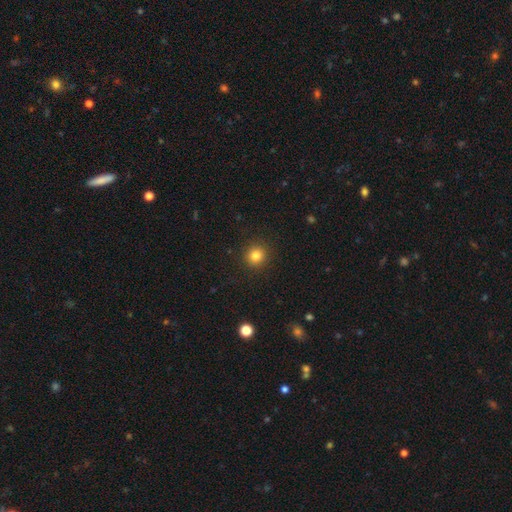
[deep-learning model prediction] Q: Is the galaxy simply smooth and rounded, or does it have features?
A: smooth — 82%.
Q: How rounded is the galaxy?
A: round — 92%.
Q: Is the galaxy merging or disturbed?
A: none — 91%.